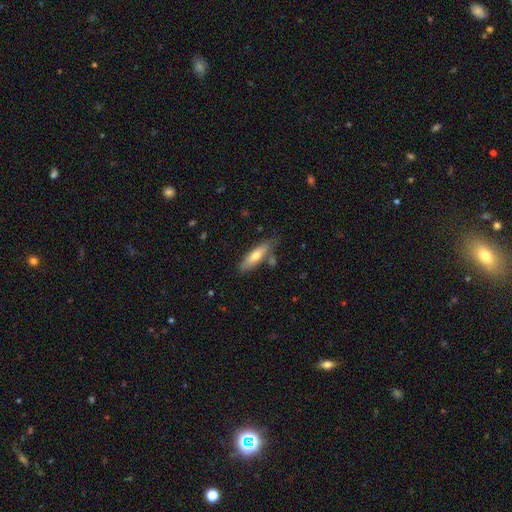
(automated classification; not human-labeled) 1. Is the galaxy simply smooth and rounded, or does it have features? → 64% smooth, 30% featured or disk, 6% star or artifact.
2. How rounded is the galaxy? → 63% cigar-shaped, 35% in between, 2% round.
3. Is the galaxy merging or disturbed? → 74% none, 16% minor disturbance, 7% merger, 3% major disturbance.